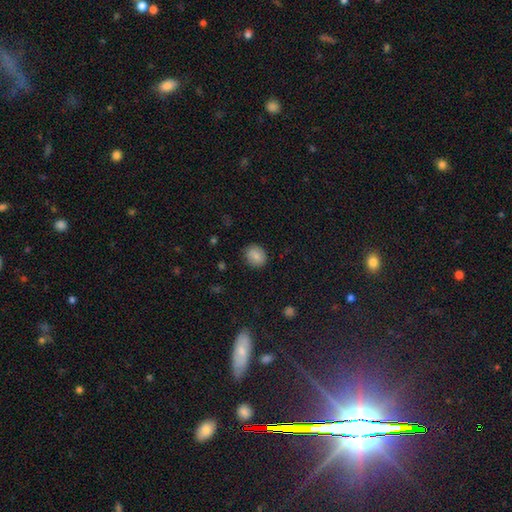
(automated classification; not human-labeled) Smooth or featured? Predicted: smooth (p=0.78). How rounded? Predicted: round (p=0.73). Merging? Predicted: none (p=0.85).